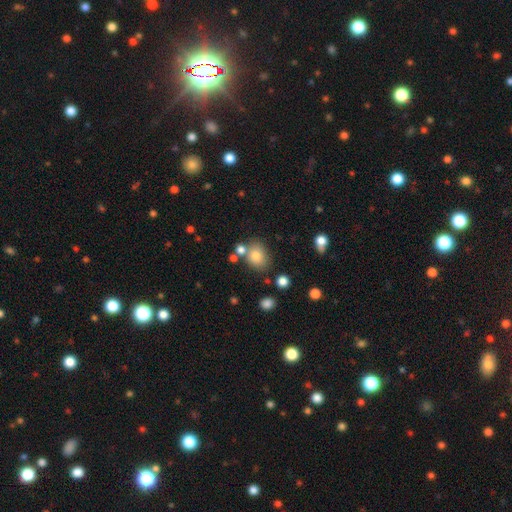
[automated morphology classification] smooth_or_featured: smooth (p=0.79) [alt: star or artifact p=0.11]
how_rounded: round (p=0.52) [alt: in between p=0.47]
merging: none (p=0.67) [alt: merger p=0.14]